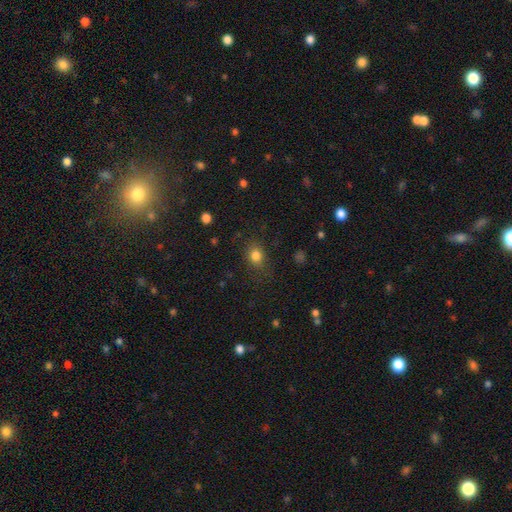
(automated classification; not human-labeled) Smooth or featured? smooth (81%)
How rounded? round (53%)
Merging? none (78%)